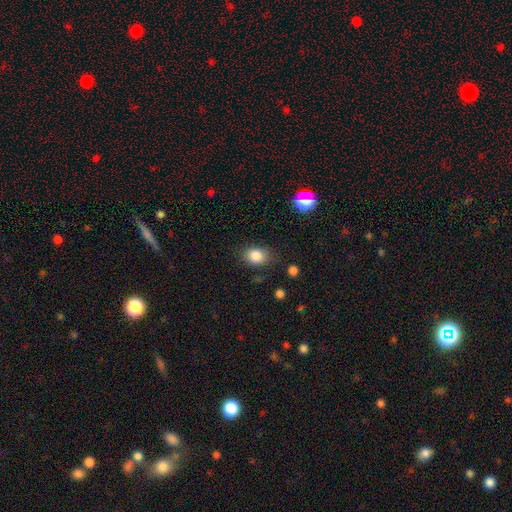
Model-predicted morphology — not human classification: Overall: smooth (84%). How rounded: in between (64%; round 35%). Merging: none (78%).